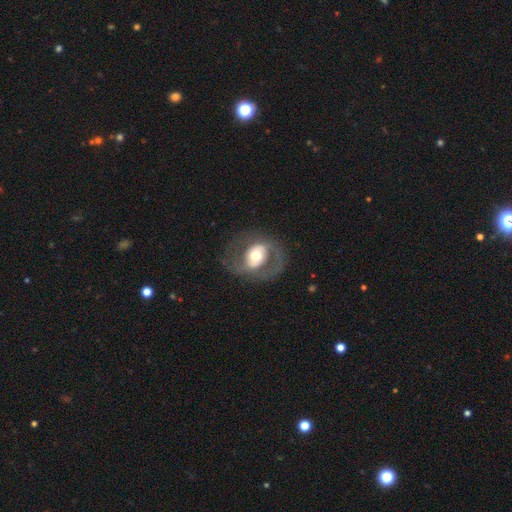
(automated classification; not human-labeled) A featured or disk galaxy (70%) with no bar (53%), spiral arms (66%) and a moderate central bulge (59%).

Vote fractions:
- Smooth or featured? featured or disk: 70% / smooth: 24% / star or artifact: 6%
- Edge-on disk? no: 96% / yes: 4%
- Bar? no: 53% / weak: 30% / strong: 17%
- Spiral arms? yes: 66% / no: 34%
- Bulge size? moderate: 59% / large: 31% / small: 6% / dominant: 3% / none: 1%
- Merging? none: 67% / major disturbance: 16% / minor disturbance: 16% / merger: 1%